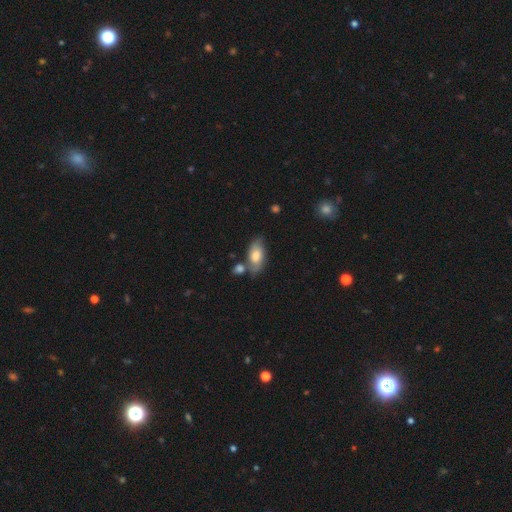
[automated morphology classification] Overall: smooth (56%; featured or disk 37%). How rounded: in between (89%). Merging: none (57%; minor disturbance 19%).